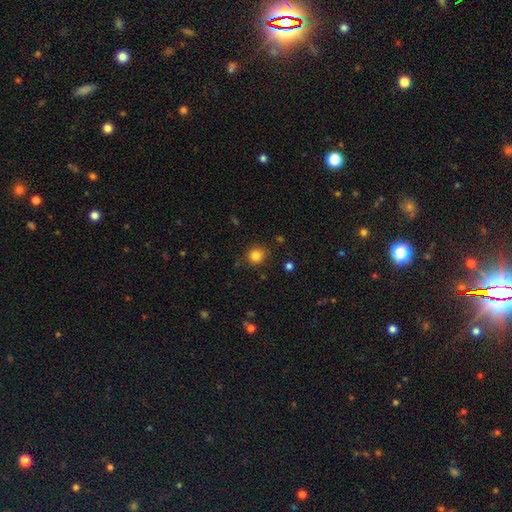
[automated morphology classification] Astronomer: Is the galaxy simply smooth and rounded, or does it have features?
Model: smooth — 83%.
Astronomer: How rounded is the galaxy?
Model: round — 85%.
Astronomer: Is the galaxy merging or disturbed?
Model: none — 84%.